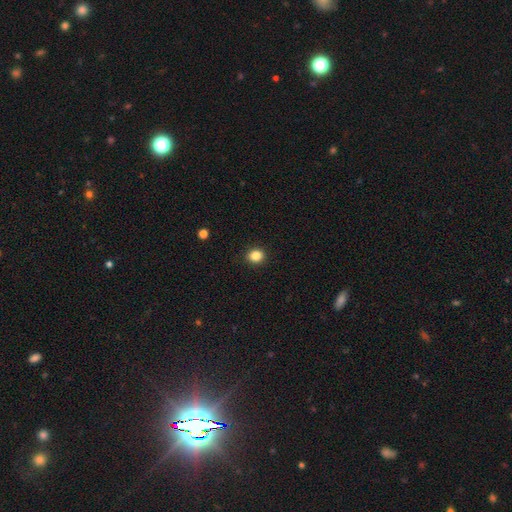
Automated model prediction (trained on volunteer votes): smooth-or-featured: smooth: 86% | star or artifact: 11% | featured or disk: 4%
  how-rounded: round: 75% | in between: 24% | cigar-shaped: 1%
  merging: none: 91% | minor disturbance: 6% | major disturbance: 2% | merger: 1%